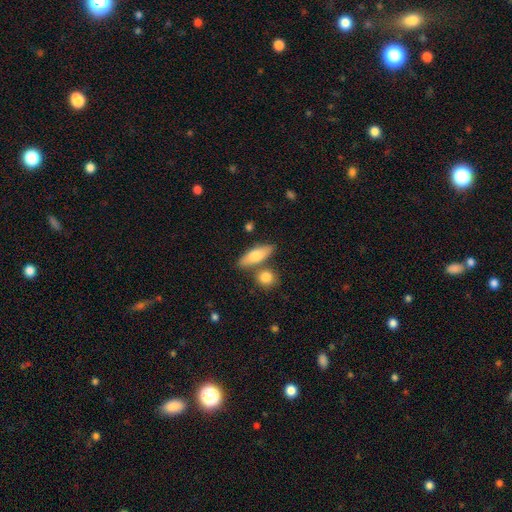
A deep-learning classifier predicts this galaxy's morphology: Q: Smooth or featured?
A: smooth (69%); runner-up: featured or disk (25%)
Q: How rounded?
A: in between (57%); runner-up: cigar-shaped (39%)
Q: Merging?
A: none (70%); runner-up: merger (16%)